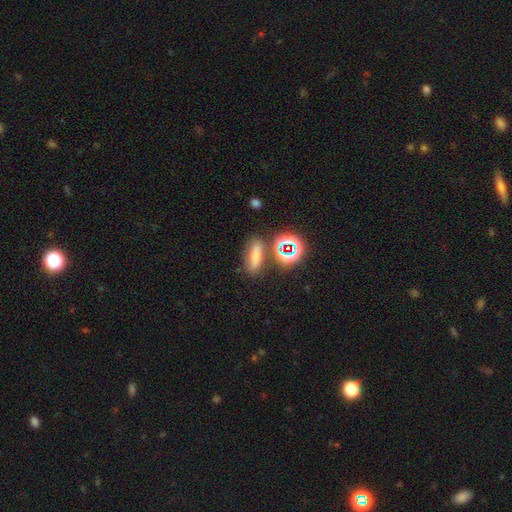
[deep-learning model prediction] Smooth or featured? Predicted: smooth (p=0.62). How rounded? Predicted: in between (p=0.49). Merging? Predicted: none (p=0.71).